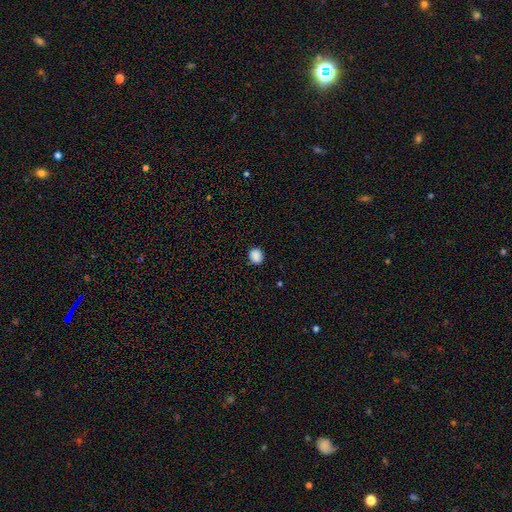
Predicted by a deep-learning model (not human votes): A smooth galaxy with no disk features (88%) that is round (72%).

Vote fractions:
- Smooth or featured? smooth: 88% / star or artifact: 9% / featured or disk: 3%
- How rounded? round: 72% / in between: 27% / cigar-shaped: 1%
- Merging? none: 89% / minor disturbance: 8% / major disturbance: 2% / merger: 1%